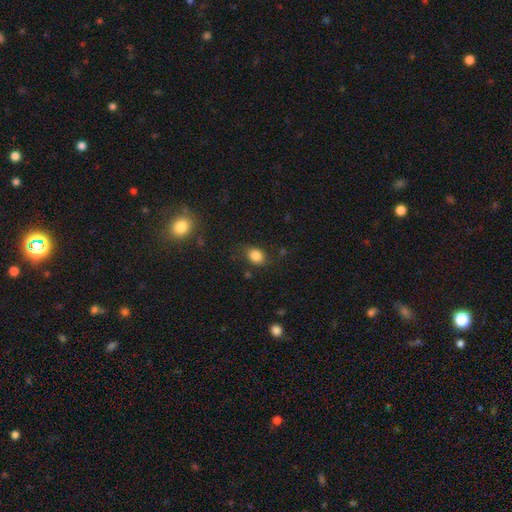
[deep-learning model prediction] This is clearly a smooth galaxy (84%). How rounded: possibly in between (58%). Merging: likely none (77%).